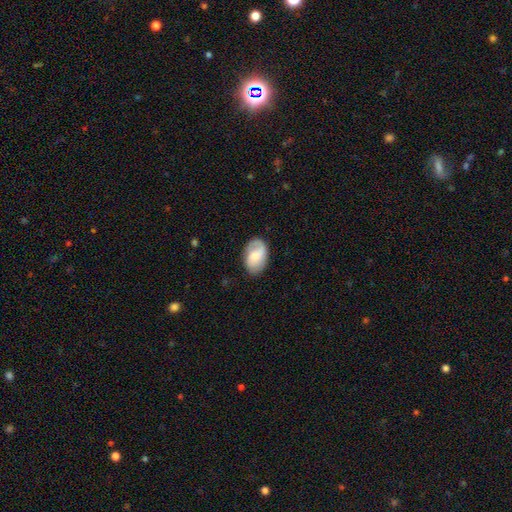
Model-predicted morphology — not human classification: The model was most divided on "smooth or featured": smooth: 50%, featured or disk: 43%, star or artifact: 7%. More confident: how rounded — in between (88%); merging — none (77%).